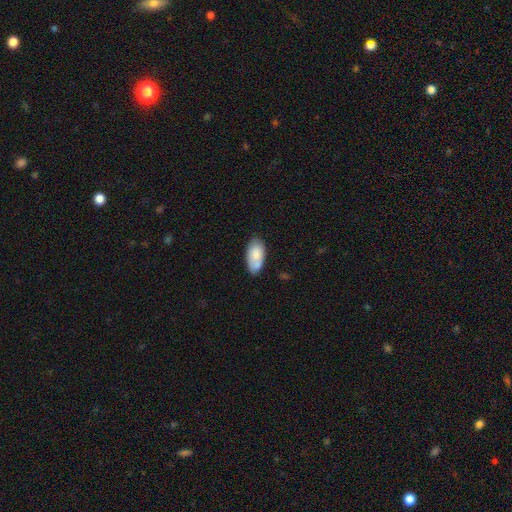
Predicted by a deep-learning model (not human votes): smooth_or_featured: smooth (p=0.76) [alt: featured or disk p=0.17]
how_rounded: in between (p=0.93) [alt: cigar-shaped p=0.04]
merging: none (p=0.64) [alt: minor disturbance p=0.21]